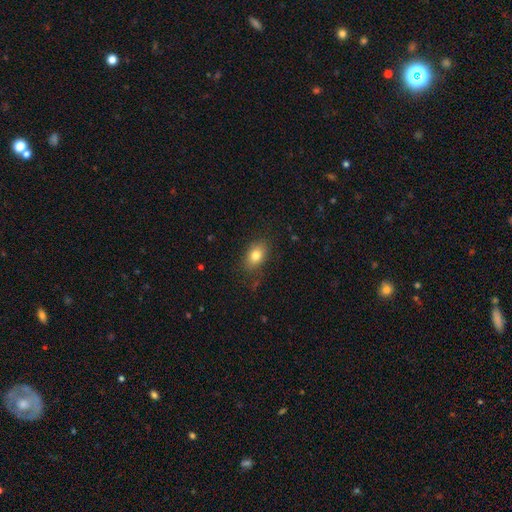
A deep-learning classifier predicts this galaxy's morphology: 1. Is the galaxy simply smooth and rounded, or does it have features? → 80% smooth, 11% featured or disk, 9% star or artifact.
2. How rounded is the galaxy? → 83% in between, 15% round, 2% cigar-shaped.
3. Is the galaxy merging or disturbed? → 79% none, 15% minor disturbance, 5% major disturbance, 1% merger.